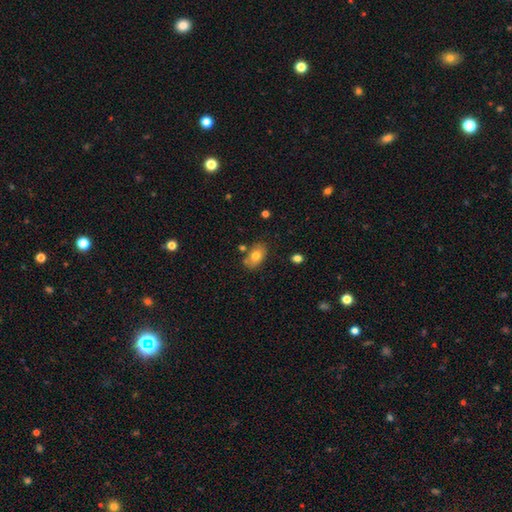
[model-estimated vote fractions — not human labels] smooth_or_featured: smooth (p=0.77) [alt: featured or disk p=0.14]
how_rounded: in between (p=0.87) [alt: round p=0.12]
merging: none (p=0.73) [alt: minor disturbance p=0.16]